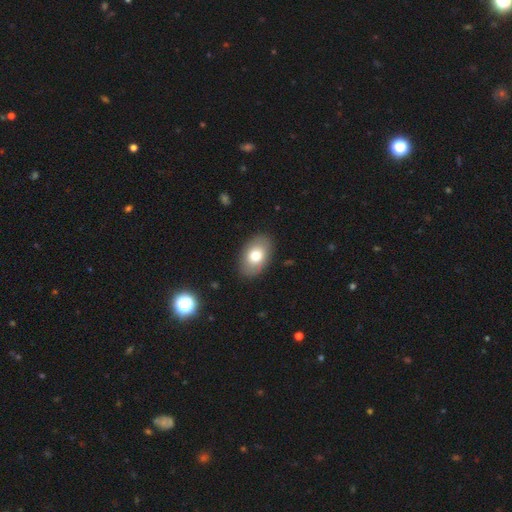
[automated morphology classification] The model was most divided on "smooth or featured": smooth: 74%, featured or disk: 19%, star or artifact: 7%. More confident: how rounded — in between (88%); merging — none (87%).